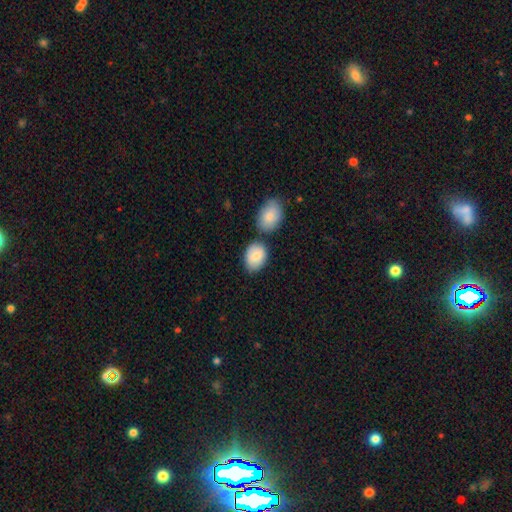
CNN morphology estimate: Overall: smooth (82%). How rounded: in between (67%; round 32%). Merging: none (59%; merger 21%).